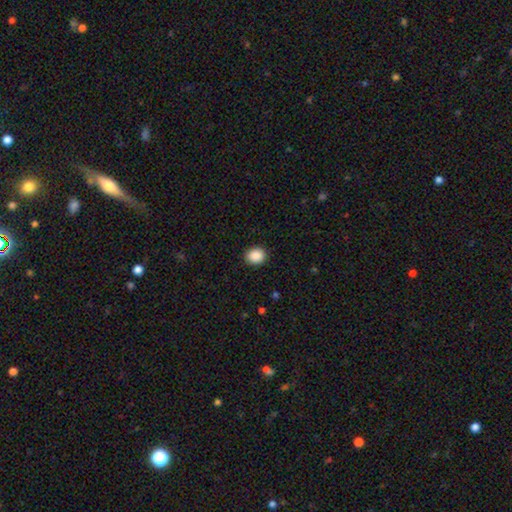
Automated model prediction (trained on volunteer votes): smooth 89%, star or artifact 8%, featured or disk 3%. Down the decision tree: how rounded — round (62%); merging — none (90%).